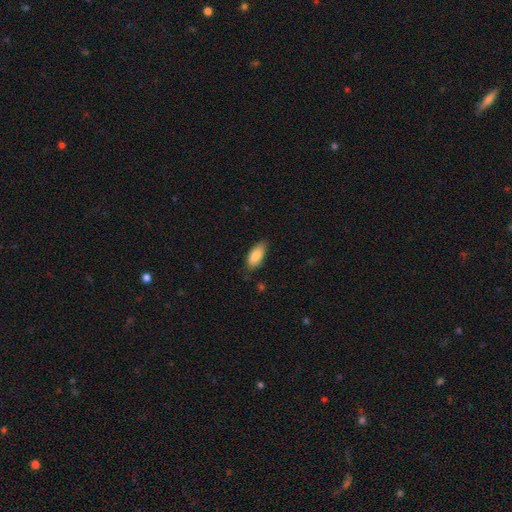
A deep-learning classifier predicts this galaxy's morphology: The model was most divided on "merging": none: 78%, minor disturbance: 18%, major disturbance: 3%, merger: 1%. More confident: how rounded — in between (87%); smooth or featured — smooth (85%).